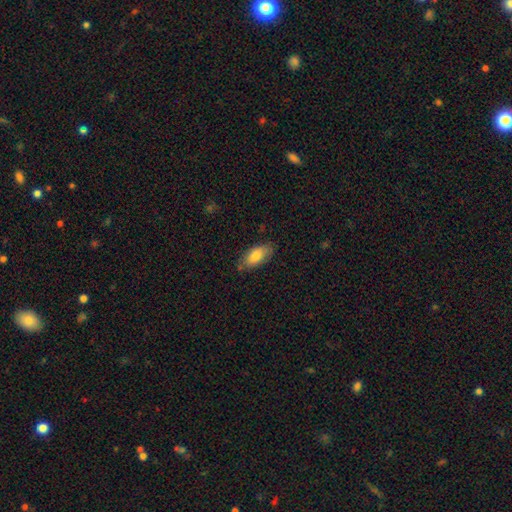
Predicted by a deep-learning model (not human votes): The model was most divided on "merging": none: 78%, minor disturbance: 17%, major disturbance: 3%, merger: 2%. More confident: how rounded — in between (89%); smooth or featured — smooth (81%).